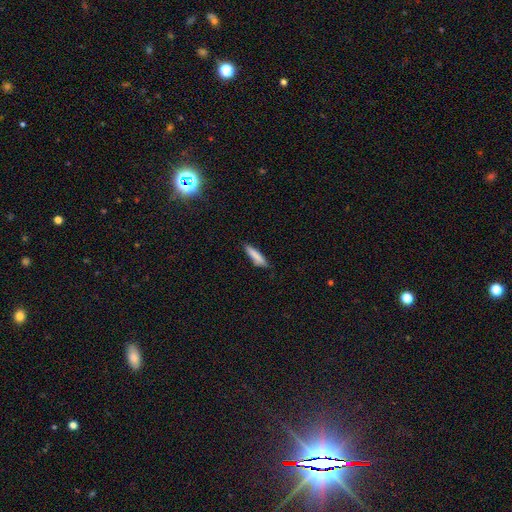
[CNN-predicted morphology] Overall: smooth (83%). How rounded: cigar-shaped (81%). Merging: none (81%).